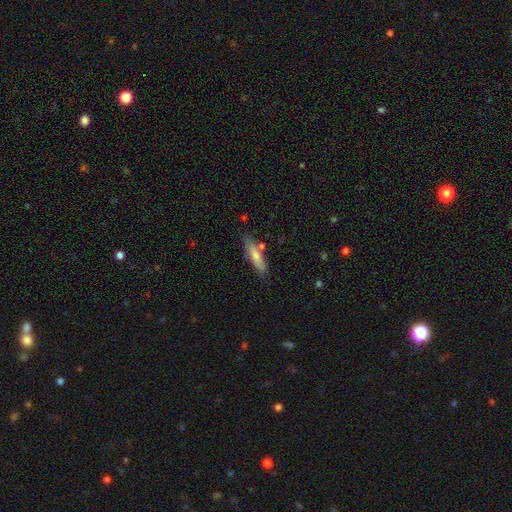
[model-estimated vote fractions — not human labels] Smooth or featured: smooth — 53% (featured or disk — 39%)
How rounded: cigar-shaped — 80% (in between — 18%)
Merging: none — 81% (minor disturbance — 13%)